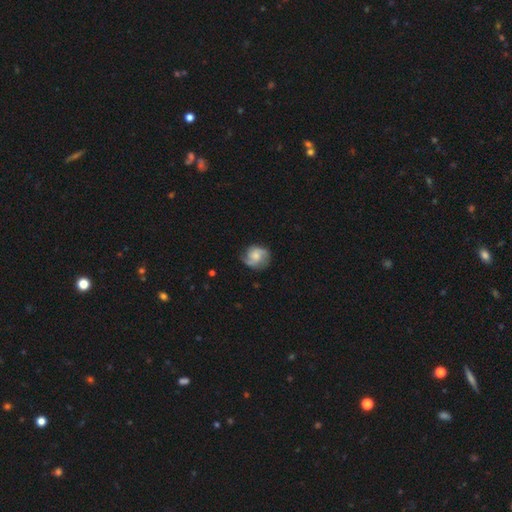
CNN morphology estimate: smooth-or-featured: featured or disk: 69% | smooth: 24% | star or artifact: 7%
  disk-edge-on: no: 98% | yes: 2%
    bar: no: 63% | weak: 32% | strong: 5%
    has-spiral-arms: yes: 94% | no: 6%
      spiral-winding: medium: 48% | tight: 29% | loose: 23%
      spiral-arm-count: 2: 64% | 3: 17% | can't tell: 10% | 1: 5% | 4: 2% | more than 4: 2%
    bulge-size: moderate: 45% | small: 38% | none: 9% | large: 7% | dominant: 1%
  merging: none: 74% | minor disturbance: 19% | major disturbance: 6% | merger: 1%